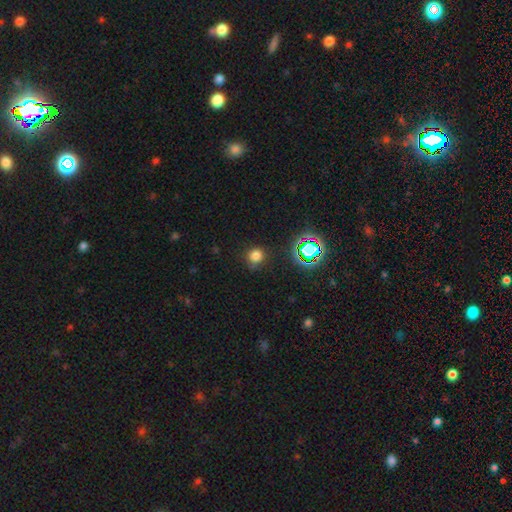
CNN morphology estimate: smooth-or-featured: smooth: 74% | star or artifact: 21% | featured or disk: 5%
  how-rounded: round: 89% | in between: 10% | cigar-shaped: 1%
  merging: none: 82% | minor disturbance: 12% | major disturbance: 4% | merger: 2%